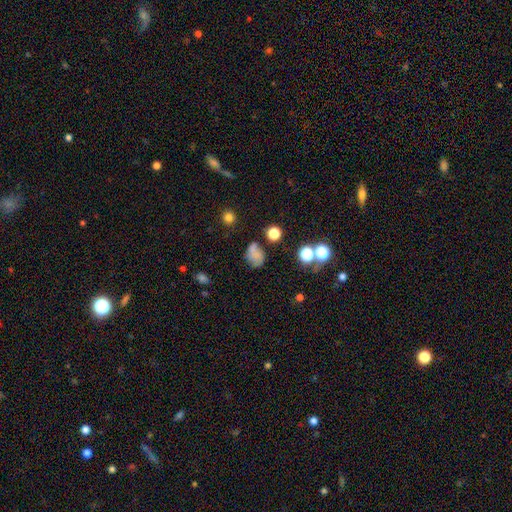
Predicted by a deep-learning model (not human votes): Morphology: type=smooth (60%); roundness=in between (55%); merging=none (46%).